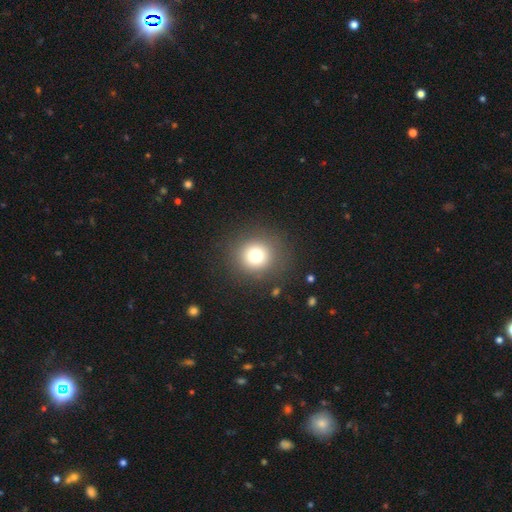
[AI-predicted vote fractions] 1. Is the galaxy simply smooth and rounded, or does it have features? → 75% smooth, 15% star or artifact, 10% featured or disk.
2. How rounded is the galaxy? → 92% round, 7% in between, 1% cigar-shaped.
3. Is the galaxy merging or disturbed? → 88% none, 7% minor disturbance, 4% major disturbance, 1% merger.